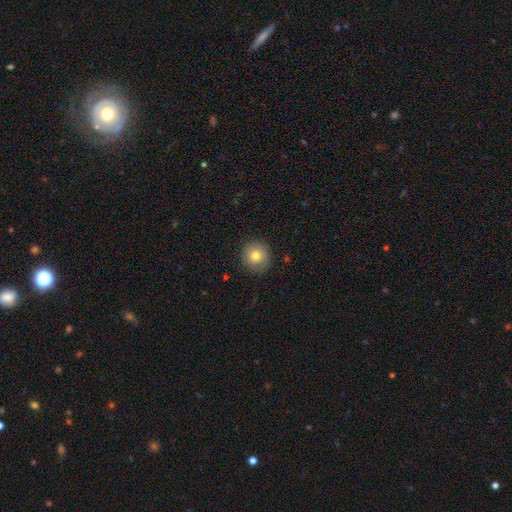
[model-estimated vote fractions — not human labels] Smooth or featured: smooth — 78% (featured or disk — 12%)
How rounded: round — 93% (in between — 6%)
Merging: none — 88% (minor disturbance — 9%)